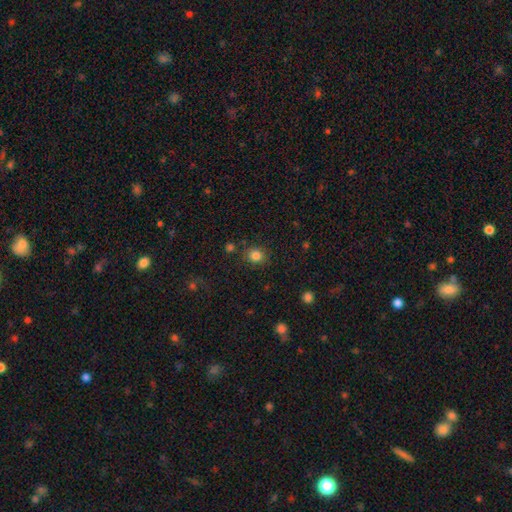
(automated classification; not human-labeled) Morphology: type=smooth (83%); roundness=round (79%); merging=none (83%).